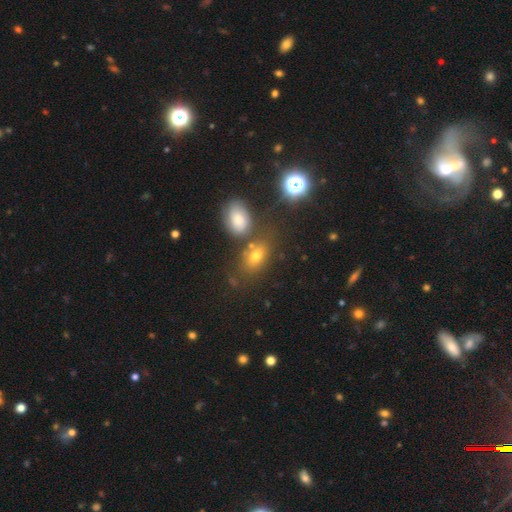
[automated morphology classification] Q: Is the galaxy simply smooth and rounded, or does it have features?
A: smooth — 67%.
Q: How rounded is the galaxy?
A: in between — 78%.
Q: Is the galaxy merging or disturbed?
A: none — 60%.